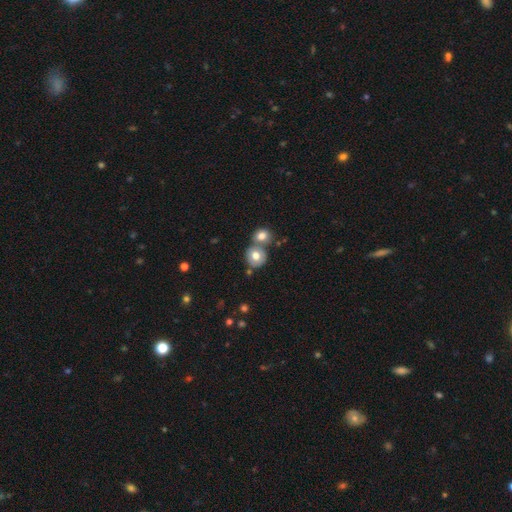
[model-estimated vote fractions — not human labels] Smooth or featured? smooth (72%)
How rounded? round (83%)
Merging? none (50%)